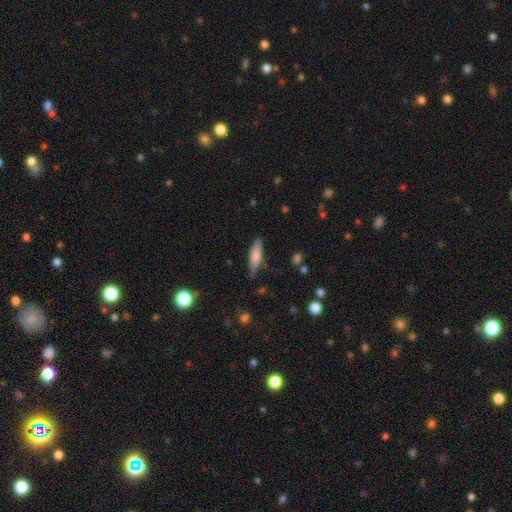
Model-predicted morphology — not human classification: type=smooth (72%); roundness=cigar-shaped (67%); merging=none (78%).